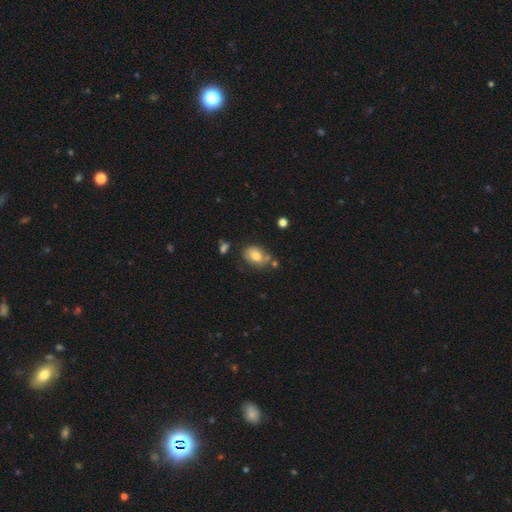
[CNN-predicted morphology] Smooth or featured? smooth (70%)
How rounded? in between (82%)
Merging? none (58%)